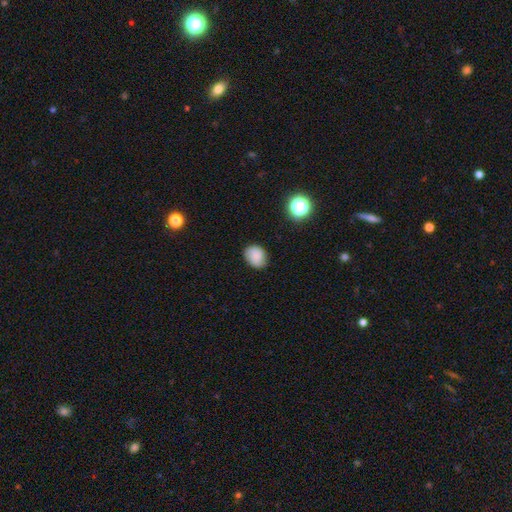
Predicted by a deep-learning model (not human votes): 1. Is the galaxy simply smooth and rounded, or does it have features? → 84% smooth, 10% star or artifact, 6% featured or disk.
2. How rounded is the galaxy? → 55% in between, 44% round, 1% cigar-shaped.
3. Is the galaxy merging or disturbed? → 76% none, 19% minor disturbance, 4% major disturbance, 1% merger.